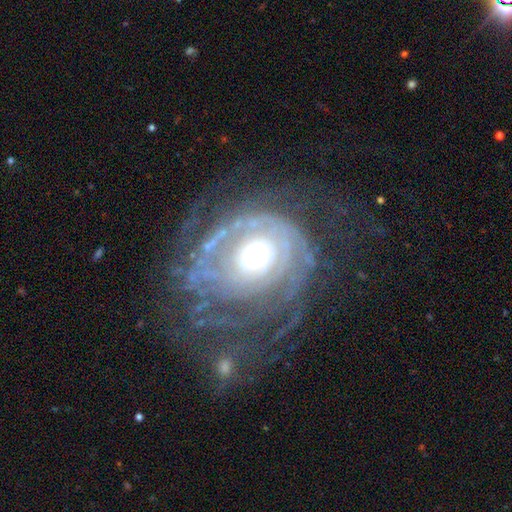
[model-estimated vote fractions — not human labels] Smooth or featured: featured or disk — 86% (smooth — 7%)
Edge-on disk: no — 97% (yes — 3%)
Bar: no — 81% (weak — 13%)
Spiral arms: yes — 91% (no — 9%)
Spiral winding: tight — 76% (medium — 18%)
Spiral arm count: can't tell — 41% (2 — 15%)
Bulge size: small — 48% (moderate — 41%)
Merging: none — 57% (major disturbance — 23%)